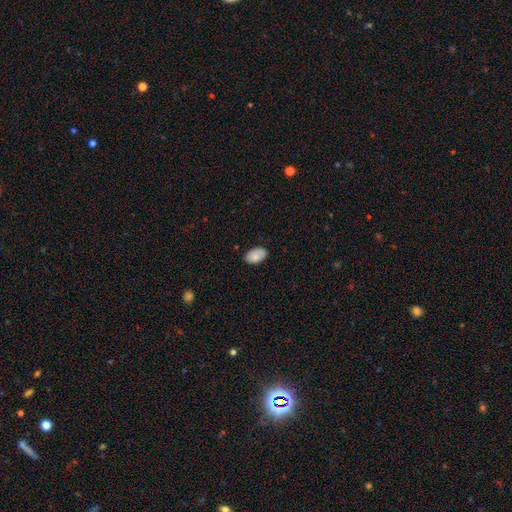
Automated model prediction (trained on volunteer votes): smooth 81%, featured or disk 12%, star or artifact 7%. Down the decision tree: how rounded — in between (93%); merging — none (82%).